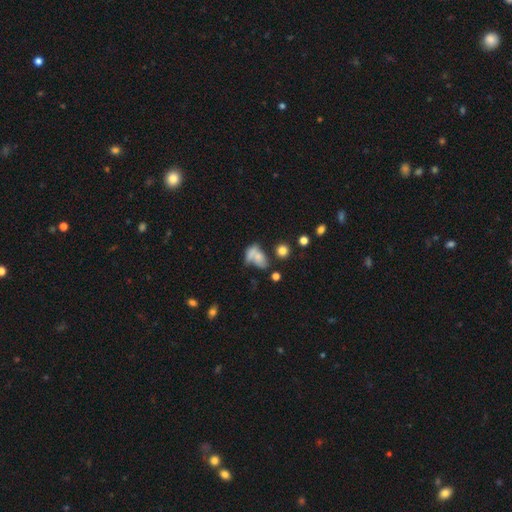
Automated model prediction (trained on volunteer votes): This is likely a smooth galaxy (62%). How rounded: likely in between (76%). Merging: marginally merger (40%).